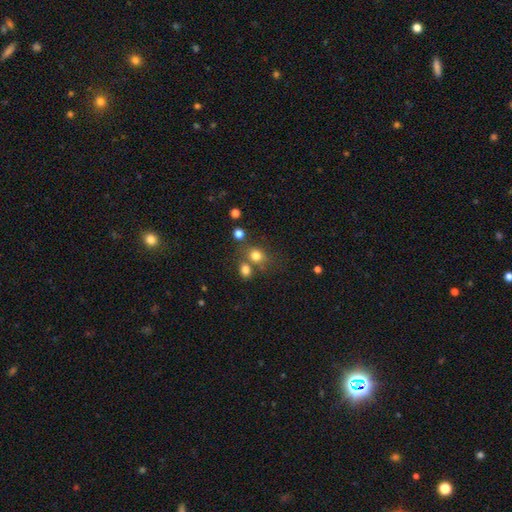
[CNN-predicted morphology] The model was most divided on "merging": none: 56%, merger: 27%, minor disturbance: 12%, major disturbance: 5%. More confident: smooth or featured — smooth (76%); how rounded — round (67%).